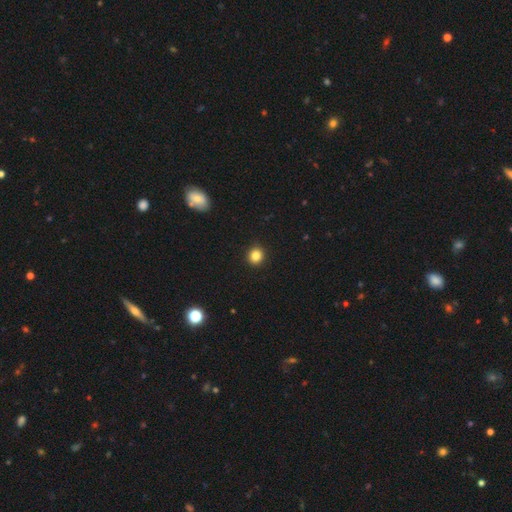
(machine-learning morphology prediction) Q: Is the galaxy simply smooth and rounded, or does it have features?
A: smooth — 84%.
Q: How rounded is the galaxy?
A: round — 88%.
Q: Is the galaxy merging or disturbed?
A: none — 92%.